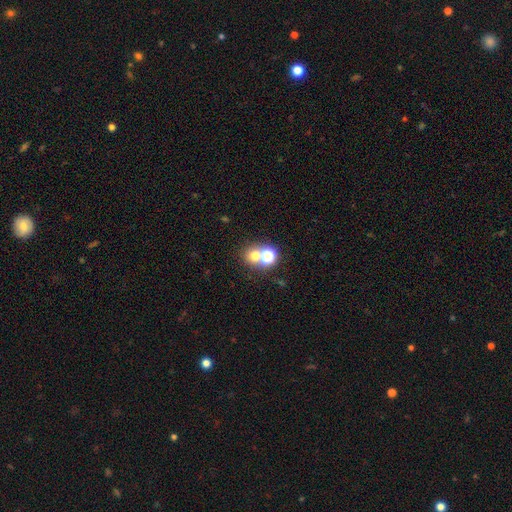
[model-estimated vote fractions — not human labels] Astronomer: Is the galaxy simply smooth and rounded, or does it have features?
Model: smooth — 65%.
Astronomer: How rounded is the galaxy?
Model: round — 80%.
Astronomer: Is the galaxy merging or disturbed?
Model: none — 51% (runner-up: merger, 39%).